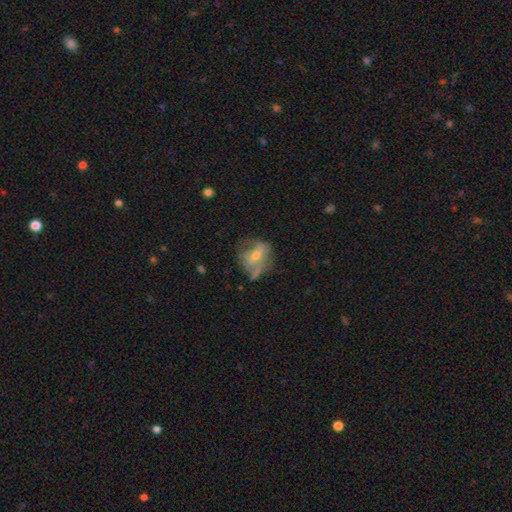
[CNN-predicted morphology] Q: Smooth or featured?
A: featured or disk (53%); runner-up: smooth (38%)
Q: Edge-on disk?
A: no (94%); runner-up: yes (6%)
Q: Merging?
A: none (40%); runner-up: major disturbance (28%)